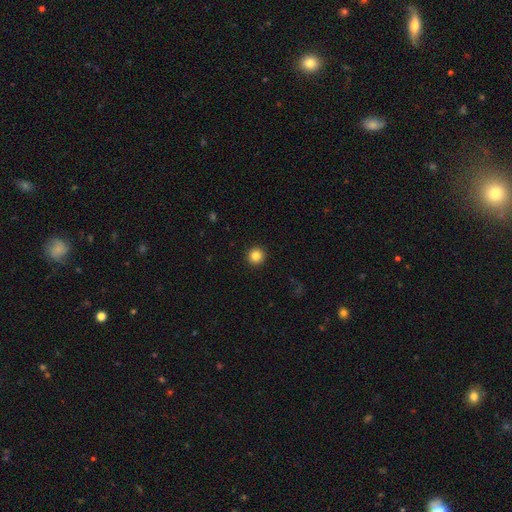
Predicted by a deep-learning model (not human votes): smooth 84%, star or artifact 11%, featured or disk 5%. Down the decision tree: how rounded — round (95%); merging — none (93%).